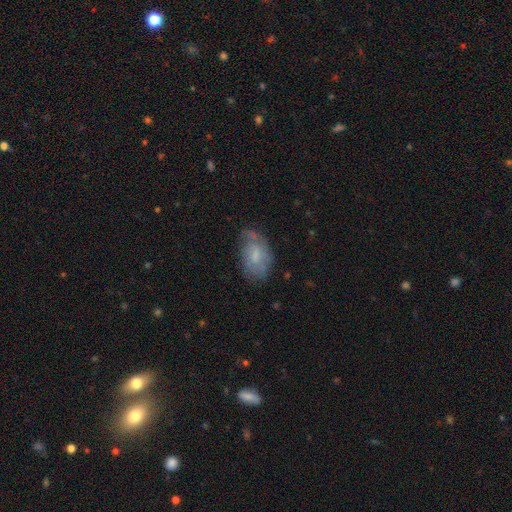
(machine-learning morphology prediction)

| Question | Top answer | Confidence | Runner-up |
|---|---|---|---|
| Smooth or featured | smooth | 53% | featured or disk (39%) |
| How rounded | in between | 90% | round (8%) |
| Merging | none | 54% | minor disturbance (31%) |